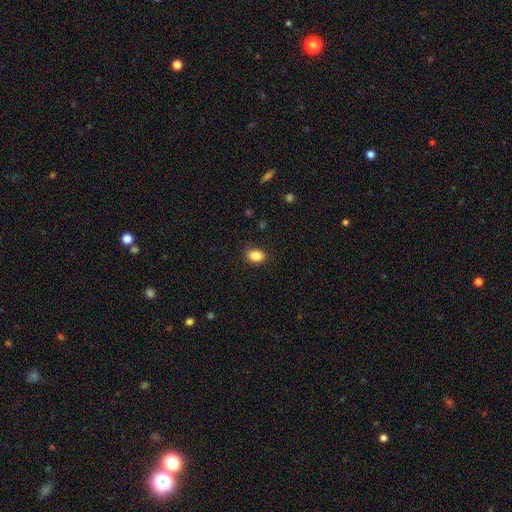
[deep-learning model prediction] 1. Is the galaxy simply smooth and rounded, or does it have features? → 87% smooth, 9% star or artifact, 4% featured or disk.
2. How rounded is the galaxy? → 67% in between, 32% round, 1% cigar-shaped.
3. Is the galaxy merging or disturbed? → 87% none, 9% minor disturbance, 2% major disturbance, 1% merger.